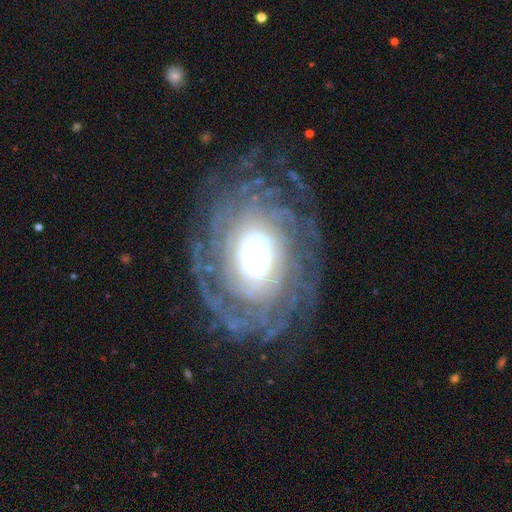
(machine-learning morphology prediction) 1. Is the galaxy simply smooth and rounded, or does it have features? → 84% featured or disk, 8% smooth, 8% star or artifact.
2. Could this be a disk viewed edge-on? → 97% no, 3% yes.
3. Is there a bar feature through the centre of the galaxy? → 65% no, 23% weak, 13% strong.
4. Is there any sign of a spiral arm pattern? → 94% yes, 6% no.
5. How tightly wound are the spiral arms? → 76% tight, 18% medium, 6% loose.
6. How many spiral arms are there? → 32% can't tell, 23% more than 4, 14% 4, 12% 3, 11% 2, 9% 1.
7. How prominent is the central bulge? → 46% large, 41% moderate, 7% dominant, 5% small, 1% none.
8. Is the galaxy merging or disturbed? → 77% none, 14% minor disturbance, 8% major disturbance, 1% merger.